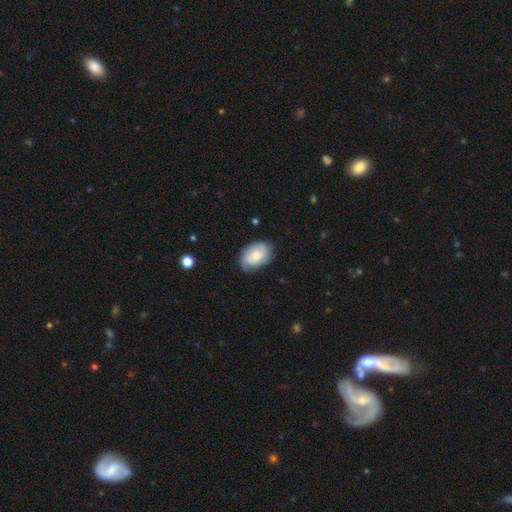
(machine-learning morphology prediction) Overall: smooth (69%). How rounded: in between (84%). Merging: none (71%).